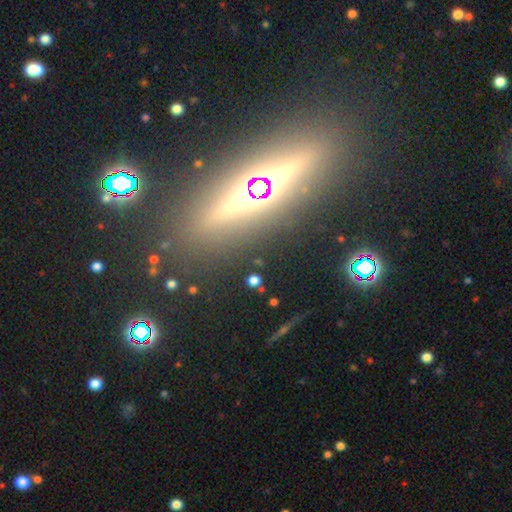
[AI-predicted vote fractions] A featured or disk galaxy (58%) viewed edge-on (88%) with a rounded central bulge (84%). Merging: none (86%).